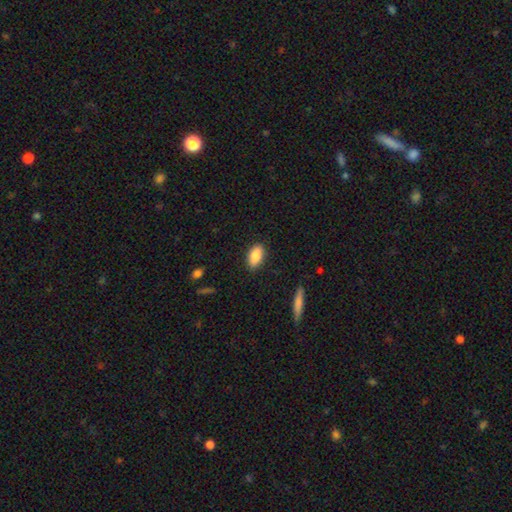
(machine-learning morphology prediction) This is clearly a smooth galaxy (86%). How rounded: clearly in between (91%). Merging: clearly none (87%).